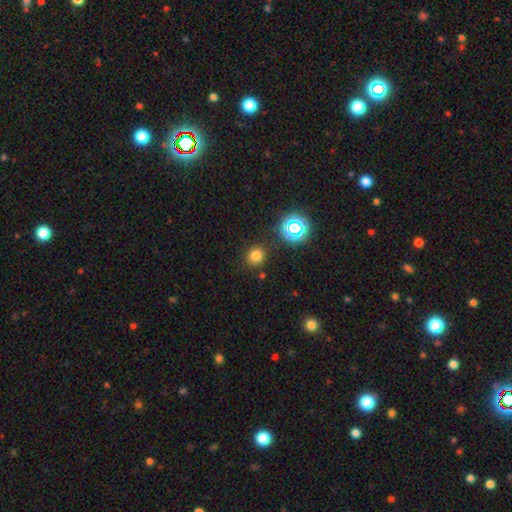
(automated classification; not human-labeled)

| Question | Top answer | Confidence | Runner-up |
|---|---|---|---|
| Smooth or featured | smooth | 73% | star or artifact (21%) |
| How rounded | round | 85% | in between (14%) |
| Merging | none | 86% | minor disturbance (8%) |